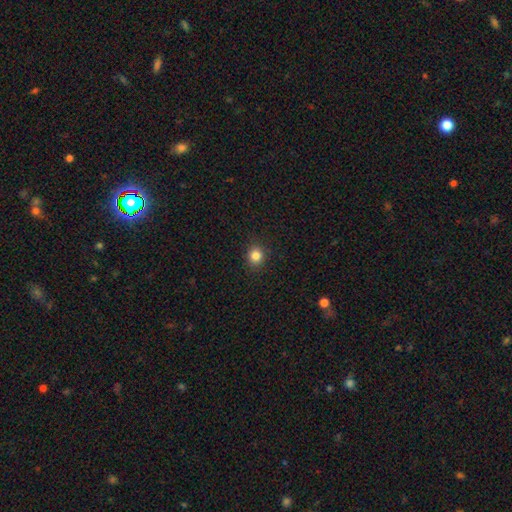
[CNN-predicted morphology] Smooth or featured? smooth (84%)
How rounded? round (84%)
Merging? none (91%)